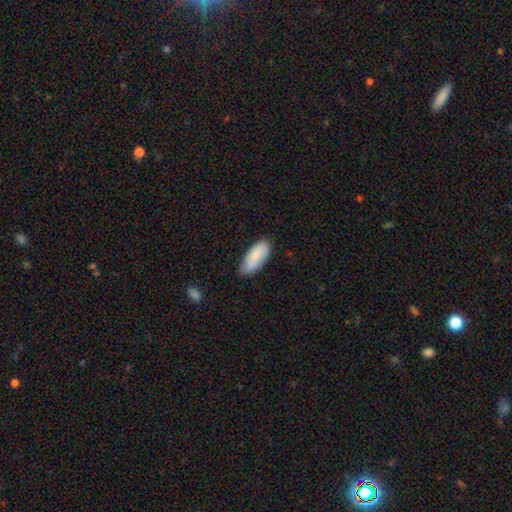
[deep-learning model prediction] The model was most divided on "merging": none: 68%, minor disturbance: 27%, major disturbance: 4%, merger: 1%. More confident: how rounded — in between (86%); smooth or featured — smooth (81%).